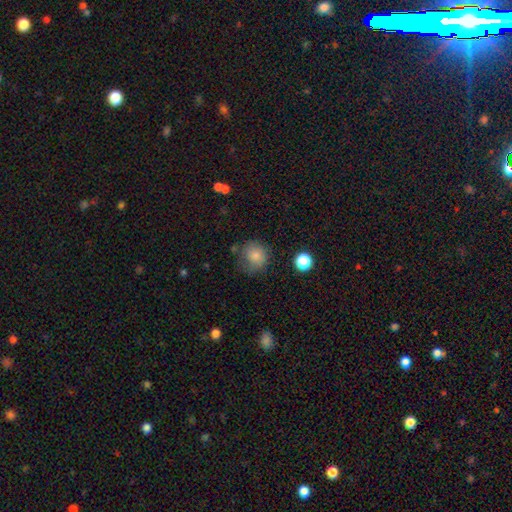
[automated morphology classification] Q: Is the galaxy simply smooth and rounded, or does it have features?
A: smooth — 82%.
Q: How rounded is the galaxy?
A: round — 85%.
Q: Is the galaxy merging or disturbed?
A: none — 67%.